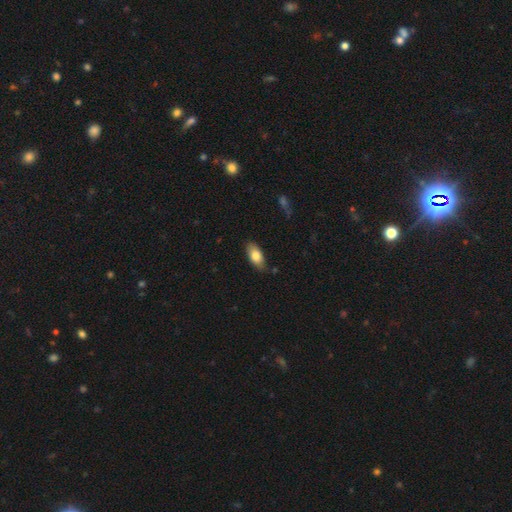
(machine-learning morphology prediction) Smooth or featured? smooth (81%)
How rounded? in between (90%)
Merging? none (80%)